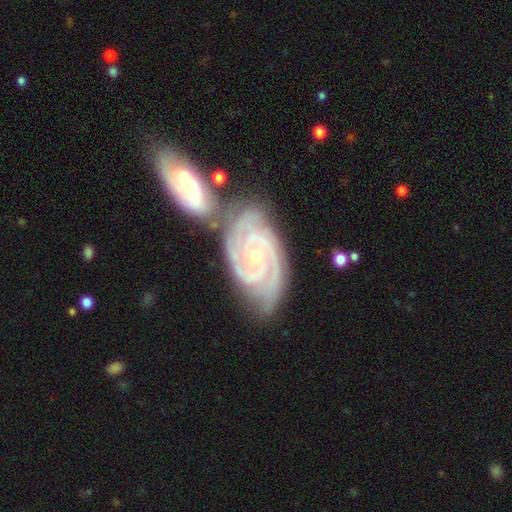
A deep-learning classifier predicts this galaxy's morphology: The model was most divided on "spiral arm count": 2: 39%, 3: 34%, can't tell: 11%, 4: 8%, more than 4: 4%, 1: 4%. More confident: spiral arms — yes (98%); edge-on disk — no (97%); smooth or featured — featured or disk (92%); spiral winding — tight (78%); bar — no (67%); bulge size — small (56%); merging — none (54%).